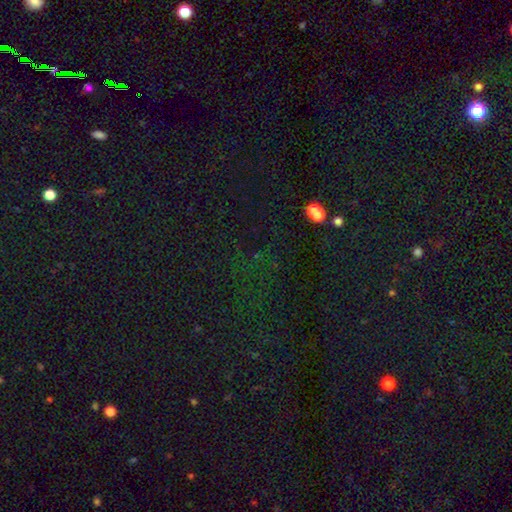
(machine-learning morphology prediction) type=star or artifact (69%).